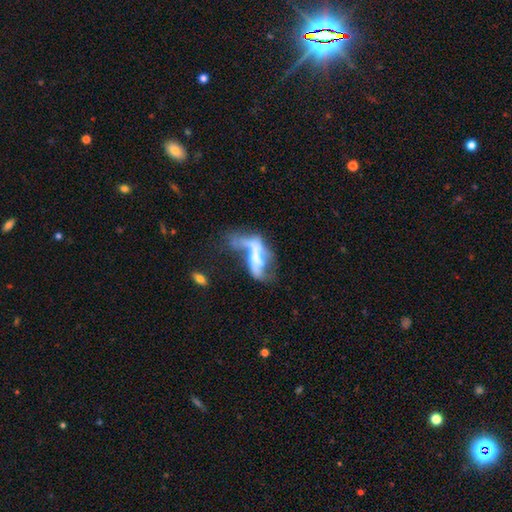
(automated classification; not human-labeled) Smooth or featured? featured or disk (62%)
Edge-on disk? no (88%)
Bar? no (52%)
Spiral arms? no (52%)
Bulge size? none (41%)
Merging? major disturbance (39%)